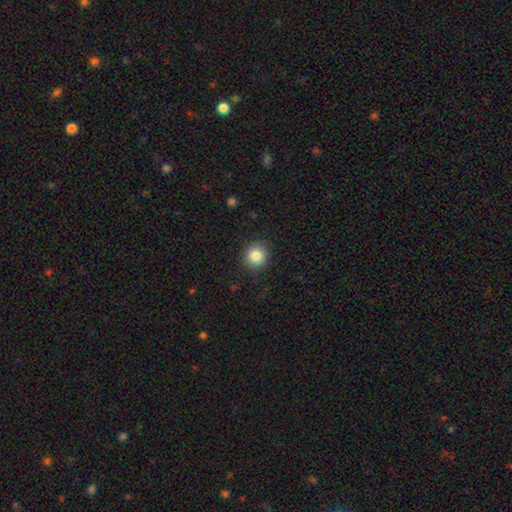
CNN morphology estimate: A smooth galaxy with no disk features (85%) that is round (91%).

Vote fractions:
- Smooth or featured? smooth: 85% / star or artifact: 10% / featured or disk: 5%
- How rounded? round: 91% / in between: 8% / cigar-shaped: 1%
- Merging? none: 90% / minor disturbance: 7% / major disturbance: 2% / merger: 1%